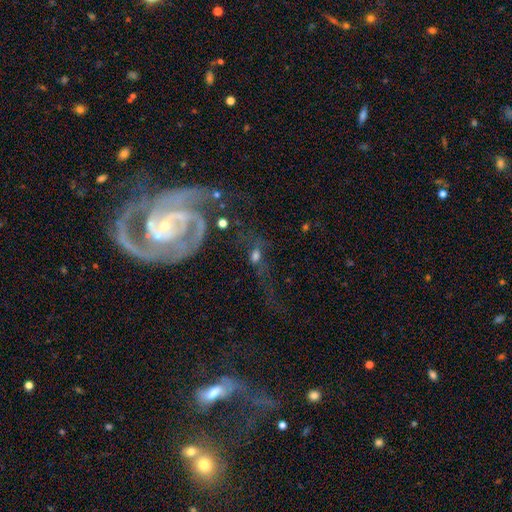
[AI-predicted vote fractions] Overall: featured or disk (50%; smooth 30%). Merging: none (40%; major disturbance 30%).